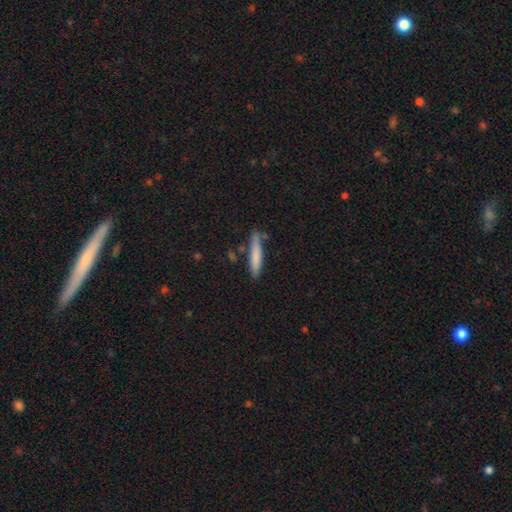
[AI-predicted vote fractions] A smooth galaxy with no disk features (76%) that is cigar-shaped (91%).

Vote fractions:
- Smooth or featured? smooth: 76% / featured or disk: 18% / star or artifact: 6%
- How rounded? cigar-shaped: 91% / in between: 7% / round: 1%
- Merging? none: 77% / minor disturbance: 15% / merger: 5% / major disturbance: 3%